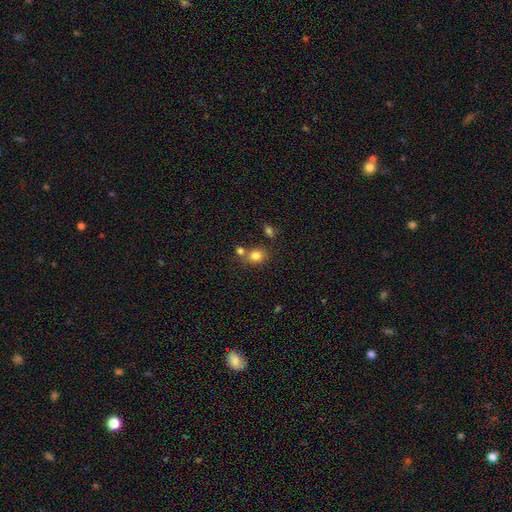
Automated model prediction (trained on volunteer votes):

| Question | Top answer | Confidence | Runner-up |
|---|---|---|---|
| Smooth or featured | smooth | 81% | star or artifact (11%) |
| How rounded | round | 64% | in between (35%) |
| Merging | none | 58% | merger (26%) |